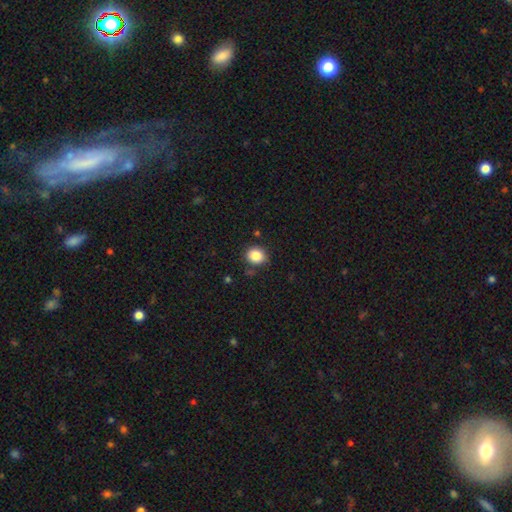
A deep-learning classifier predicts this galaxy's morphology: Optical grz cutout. It shows a smooth galaxy with no disk features (85%) that is round (79%). Merging: none (81%).